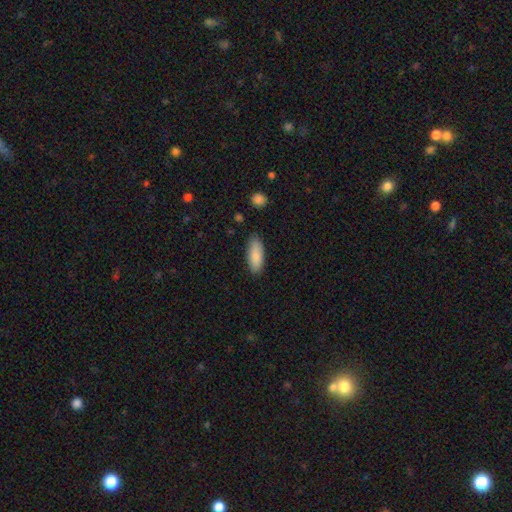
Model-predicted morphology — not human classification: Smooth or featured: smooth — 86% (featured or disk — 8%)
How rounded: in between — 77% (cigar-shaped — 22%)
Merging: none — 84% (minor disturbance — 12%)